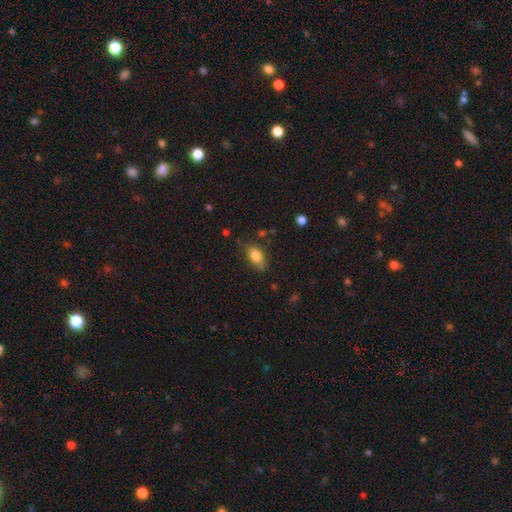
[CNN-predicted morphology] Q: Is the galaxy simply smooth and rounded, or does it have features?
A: smooth — 80%.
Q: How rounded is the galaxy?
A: in between — 84%.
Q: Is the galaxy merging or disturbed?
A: none — 66%.